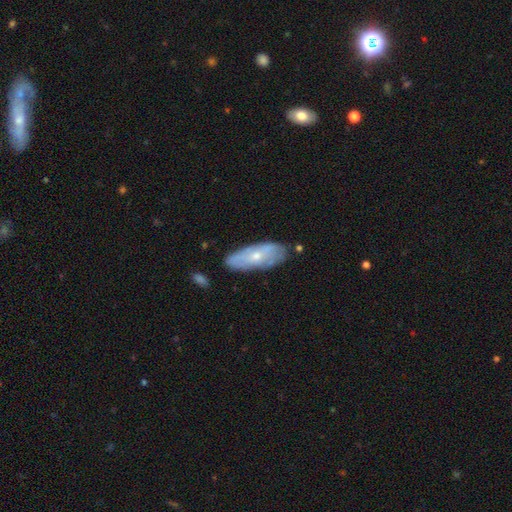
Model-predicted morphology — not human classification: This appears to be a featured or disk galaxy (51%). Merging: none (75%).